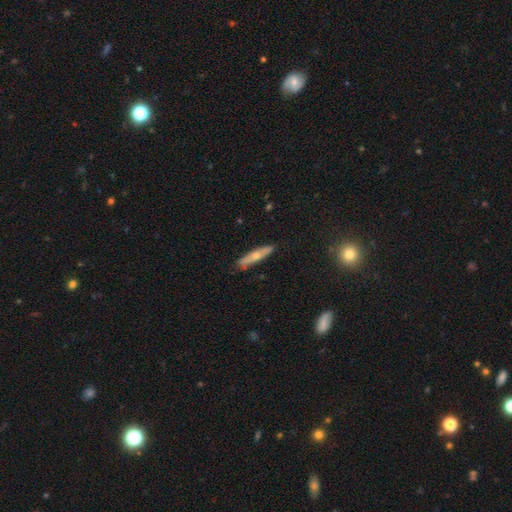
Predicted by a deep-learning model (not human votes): This is possibly a smooth galaxy (47%). Merging: clearly none (85%).